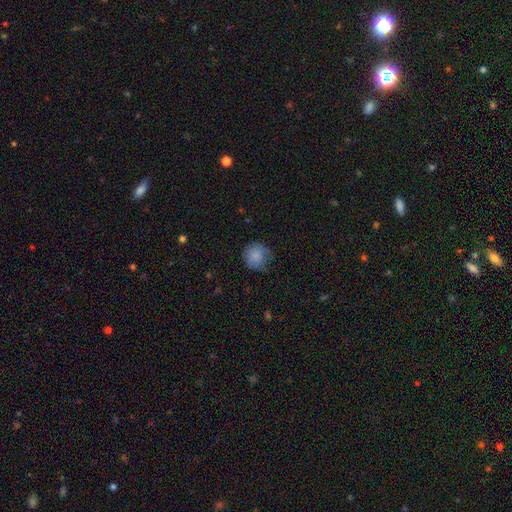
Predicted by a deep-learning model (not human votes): Smooth or featured?
  - smooth: 82% *
  - featured or disk: 9%
  - star or artifact: 8%
How rounded?
  - round: 89% *
  - in between: 10%
  - cigar-shaped: 1%
Merging?
  - none: 65% *
  - minor disturbance: 25%
  - major disturbance: 8%
  - merger: 1%